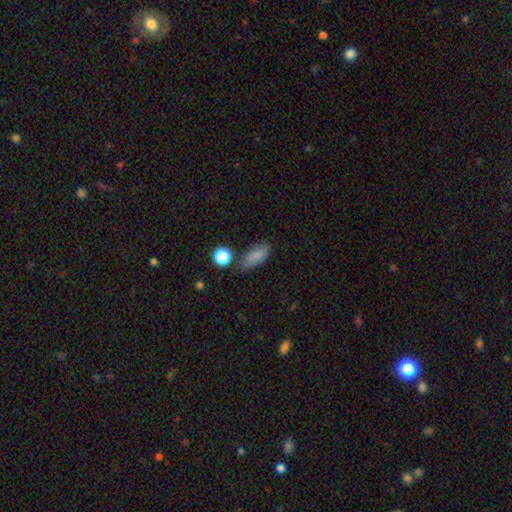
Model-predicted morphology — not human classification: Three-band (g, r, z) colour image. It shows a smooth galaxy with no disk features (84%) that is in between round and cigar-shaped (78%). Merging: none (73%).